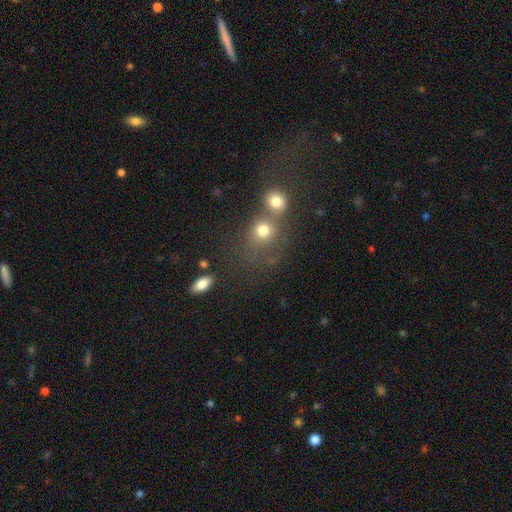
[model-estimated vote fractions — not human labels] The model was most divided on "smooth or featured": smooth: 50%, star or artifact: 29%, featured or disk: 21%. More confident: how rounded — round (71%); merging — merger (63%).